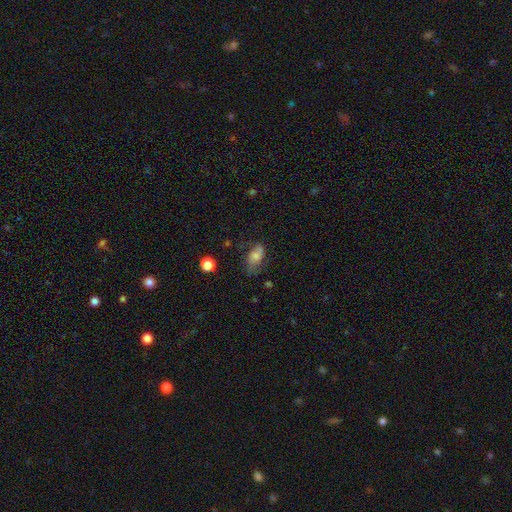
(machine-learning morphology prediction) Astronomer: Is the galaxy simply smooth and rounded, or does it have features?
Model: featured or disk — 47% (runner-up: smooth, 41%).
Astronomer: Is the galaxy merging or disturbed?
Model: none — 56%.